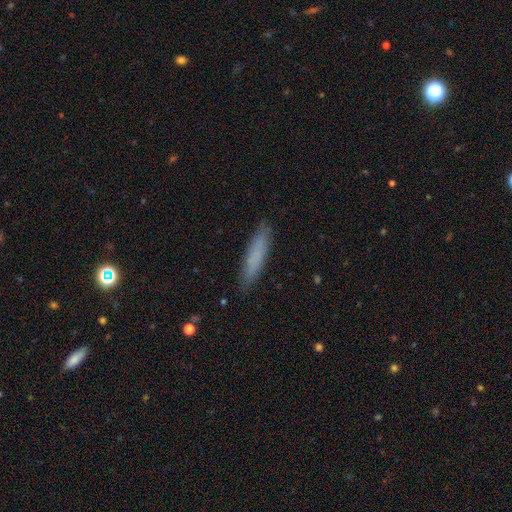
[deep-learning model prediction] Smooth or featured?
  - smooth: 78% *
  - featured or disk: 15%
  - star or artifact: 7%
How rounded?
  - cigar-shaped: 86% *
  - in between: 13%
  - round: 1%
Merging?
  - none: 88% *
  - minor disturbance: 9%
  - major disturbance: 2%
  - merger: 1%